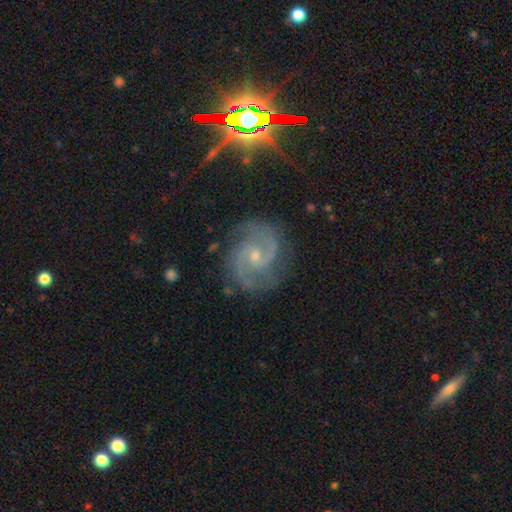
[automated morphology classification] The model was most divided on "spiral winding": medium: 56%, tight: 33%, loose: 11%. More confident: spiral arms — yes (98%); edge-on disk — no (98%); smooth or featured — featured or disk (90%); spiral arm count — 2 (81%); merging — none (79%); bulge size — small (67%); bar — no (57%).